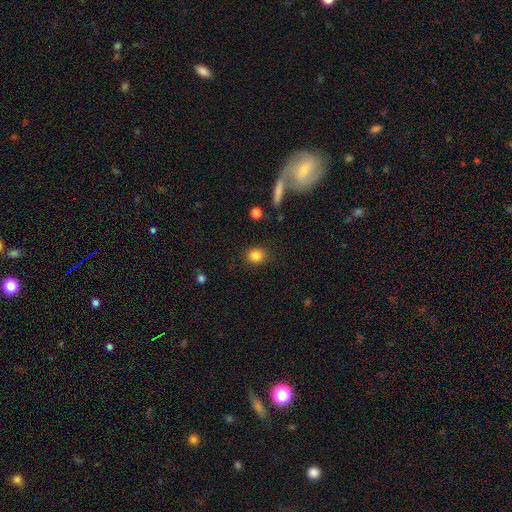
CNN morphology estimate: Smooth or featured? Predicted: smooth (p=0.85). How rounded? Predicted: round (p=0.81). Merging? Predicted: none (p=0.86).